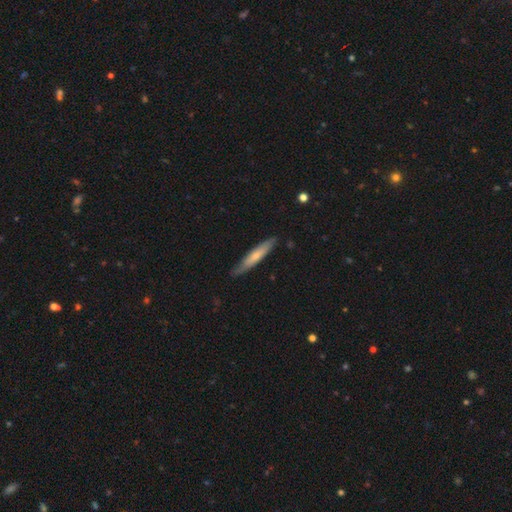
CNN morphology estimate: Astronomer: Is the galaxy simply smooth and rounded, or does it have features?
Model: smooth — 56% (runner-up: featured or disk, 39%).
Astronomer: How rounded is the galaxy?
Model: cigar-shaped — 90%.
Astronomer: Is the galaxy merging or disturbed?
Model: none — 82%.